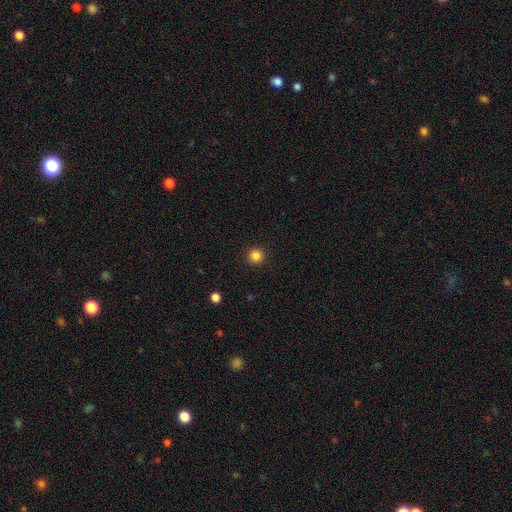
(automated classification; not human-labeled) Smooth or featured: smooth — 85% (star or artifact — 12%)
How rounded: round — 96% (in between — 3%)
Merging: none — 93% (minor disturbance — 5%)